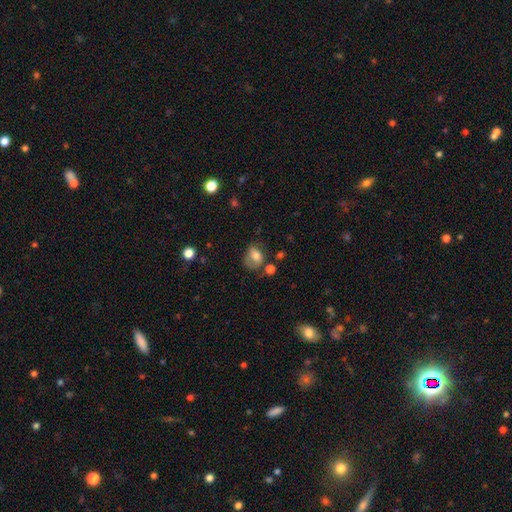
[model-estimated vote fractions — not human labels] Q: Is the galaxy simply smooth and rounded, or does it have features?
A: smooth — 67%.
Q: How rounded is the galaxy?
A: in between — 62%.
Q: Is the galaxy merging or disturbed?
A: none — 45%.